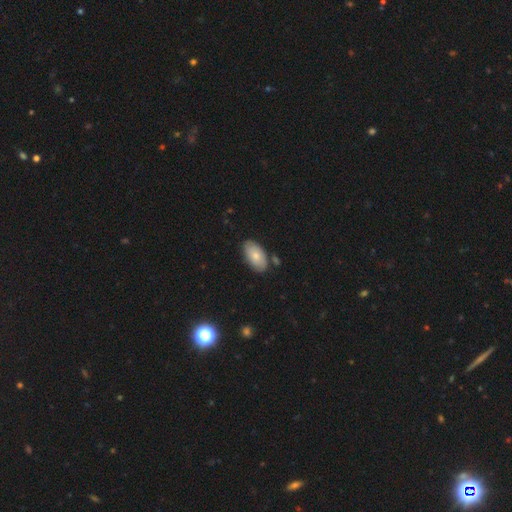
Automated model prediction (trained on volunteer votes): A smooth galaxy with no disk features (75%) that is in between round and cigar-shaped (95%). Merging: none (77%).